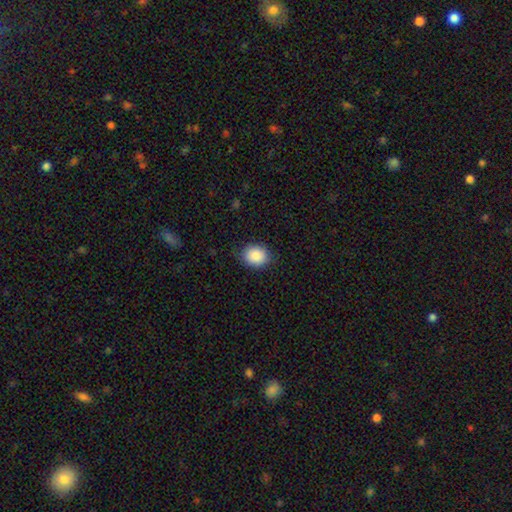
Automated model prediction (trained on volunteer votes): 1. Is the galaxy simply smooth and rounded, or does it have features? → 89% smooth, 7% star or artifact, 3% featured or disk.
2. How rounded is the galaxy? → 53% round, 46% in between, 1% cigar-shaped.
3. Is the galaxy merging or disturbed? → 84% none, 12% minor disturbance, 3% major disturbance, 1% merger.